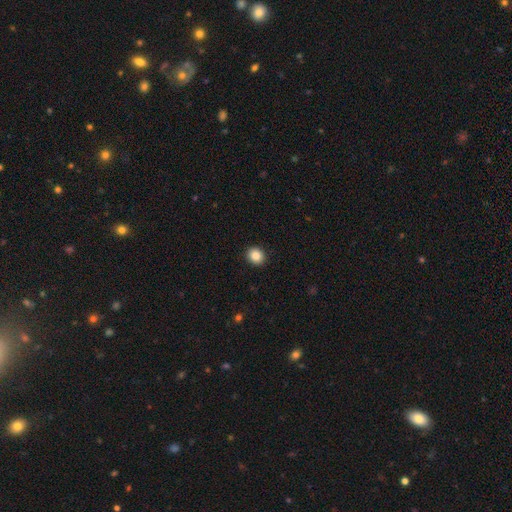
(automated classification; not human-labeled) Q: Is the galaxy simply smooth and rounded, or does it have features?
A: smooth — 86%.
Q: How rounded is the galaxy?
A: round — 72%.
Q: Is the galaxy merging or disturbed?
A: none — 92%.